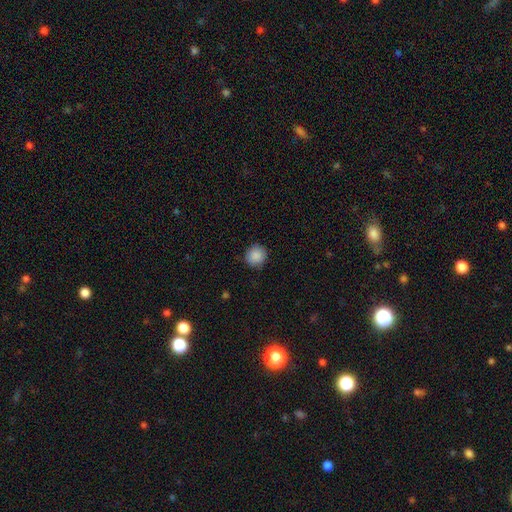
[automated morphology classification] The model was most divided on "merging": none: 88%, minor disturbance: 9%, major disturbance: 2%, merger: 1%. More confident: how rounded — round (91%); smooth or featured — smooth (88%).